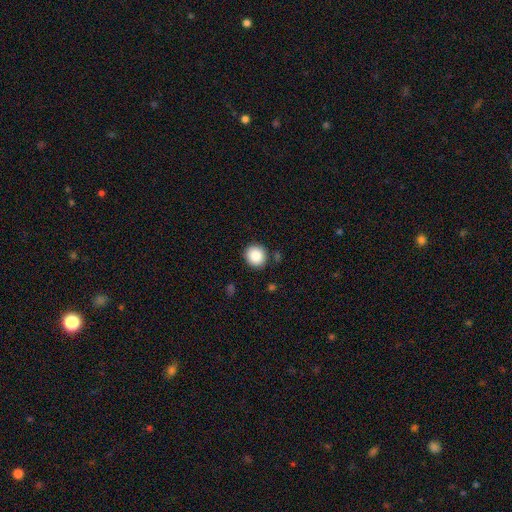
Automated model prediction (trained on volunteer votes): Smooth or featured? Predicted: smooth (p=0.87). How rounded? Predicted: round (p=0.89). Merging? Predicted: none (p=0.87).